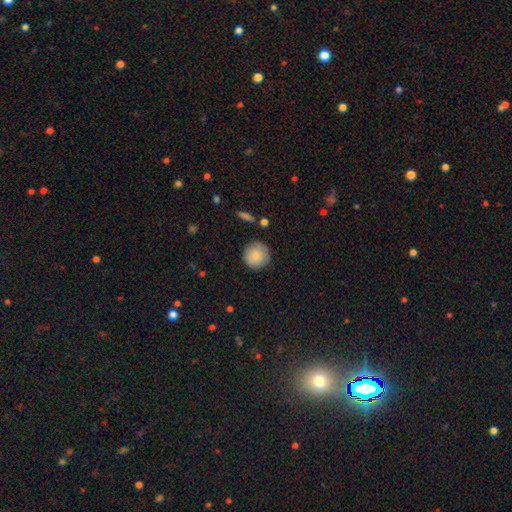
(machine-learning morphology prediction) This is clearly a smooth galaxy (83%). How rounded: clearly round (94%). Merging: clearly none (84%).